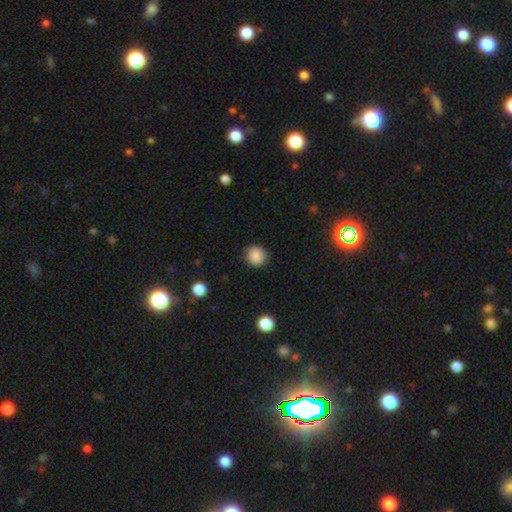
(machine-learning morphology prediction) A smooth galaxy with no disk features (88%) that is round (89%). Merging: none (89%).